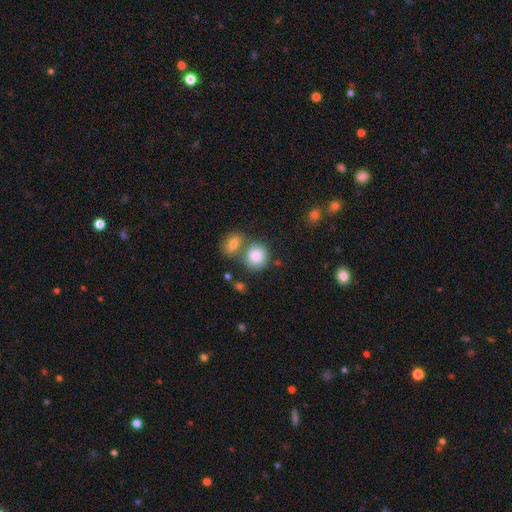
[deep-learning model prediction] A smooth galaxy with no disk features (84%) that is round (78%).

Vote fractions:
- Smooth or featured? smooth: 84% / featured or disk: 9% / star or artifact: 7%
- How rounded? round: 78% / in between: 21% / cigar-shaped: 1%
- Merging? none: 47% / merger: 38% / minor disturbance: 11% / major disturbance: 4%